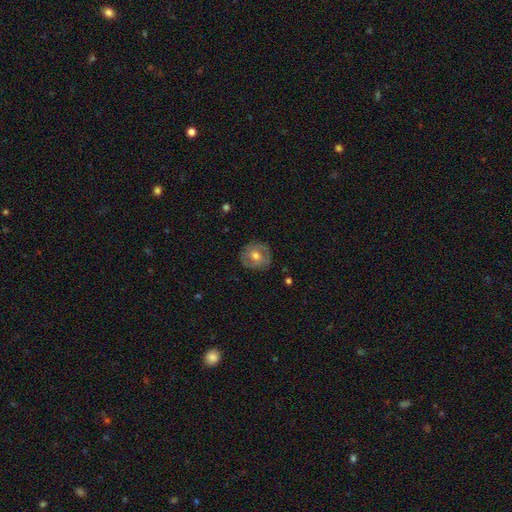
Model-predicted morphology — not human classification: smooth 46% (tied), featured or disk 46% (tied), star or artifact 7%. Down the decision tree: merging — none (82%).